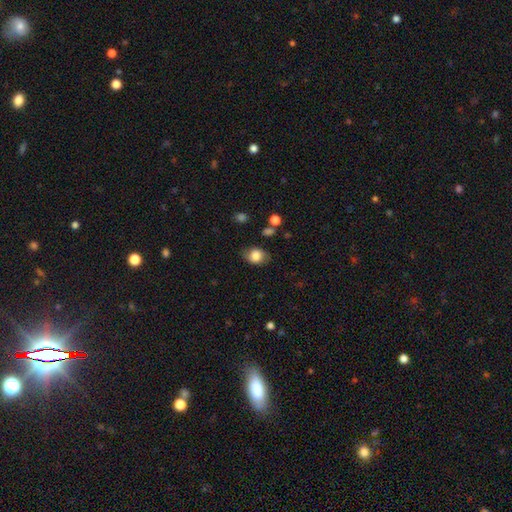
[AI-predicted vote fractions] smooth-or-featured: smooth: 79% | featured or disk: 13% | star or artifact: 9%
  how-rounded: in between: 63% | round: 36% | cigar-shaped: 1%
  merging: none: 76% | minor disturbance: 17% | major disturbance: 5% | merger: 2%